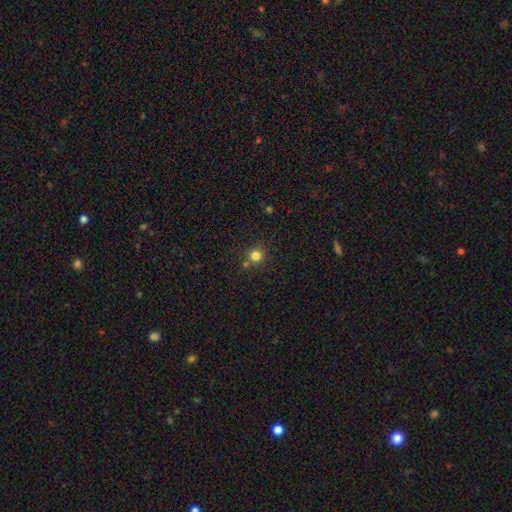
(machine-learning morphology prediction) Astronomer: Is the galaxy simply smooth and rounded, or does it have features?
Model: smooth — 80%.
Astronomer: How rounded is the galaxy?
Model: round — 94%.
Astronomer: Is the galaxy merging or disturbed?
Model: none — 77%.